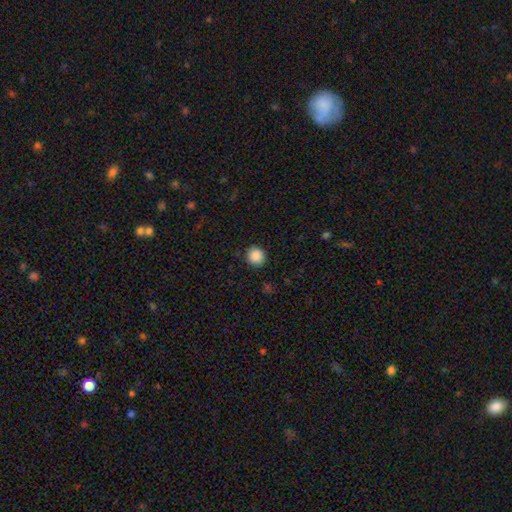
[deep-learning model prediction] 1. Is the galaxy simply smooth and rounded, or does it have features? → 88% smooth, 9% star or artifact, 3% featured or disk.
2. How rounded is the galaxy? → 92% round, 7% in between, 1% cigar-shaped.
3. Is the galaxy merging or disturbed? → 91% none, 6% minor disturbance, 2% major disturbance, 1% merger.